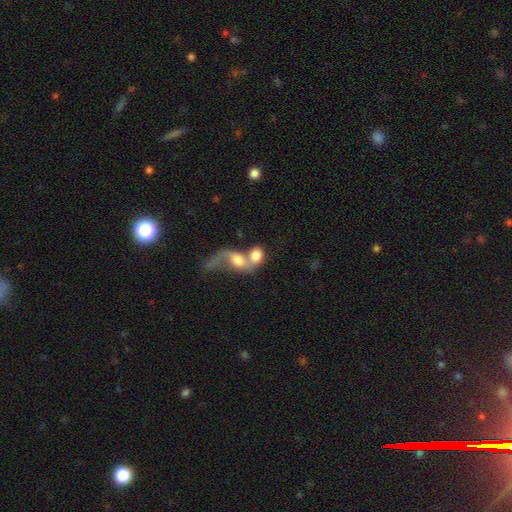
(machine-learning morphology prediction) Smooth or featured? Predicted: smooth (p=0.67). How rounded? Predicted: in between (p=0.62). Merging? Predicted: merger (p=0.76).